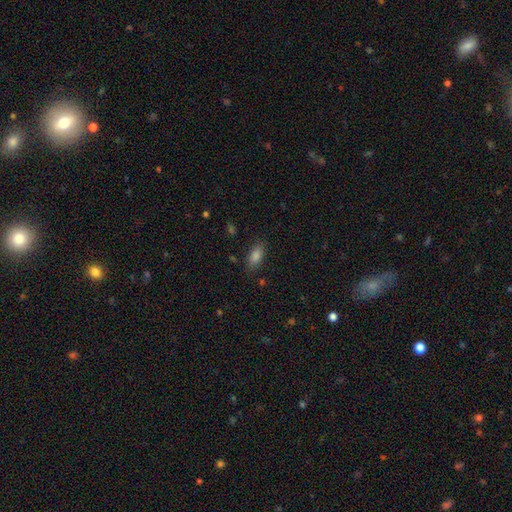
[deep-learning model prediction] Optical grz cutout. It shows a smooth galaxy with no disk features (81%) that is in between round and cigar-shaped (84%). Merging: none (85%).